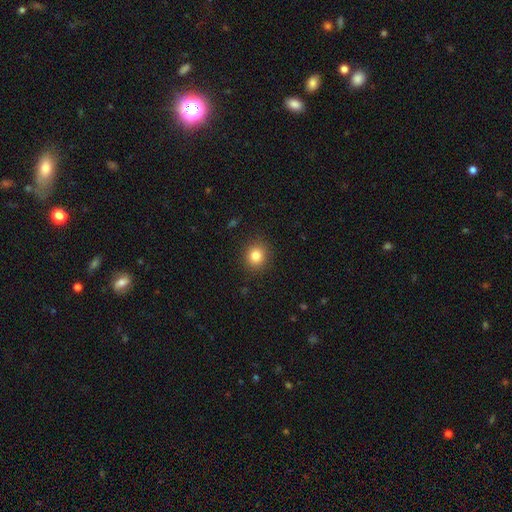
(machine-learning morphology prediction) Smooth or featured: smooth — 83% (star or artifact — 11%)
How rounded: round — 82% (in between — 17%)
Merging: none — 89% (minor disturbance — 7%)